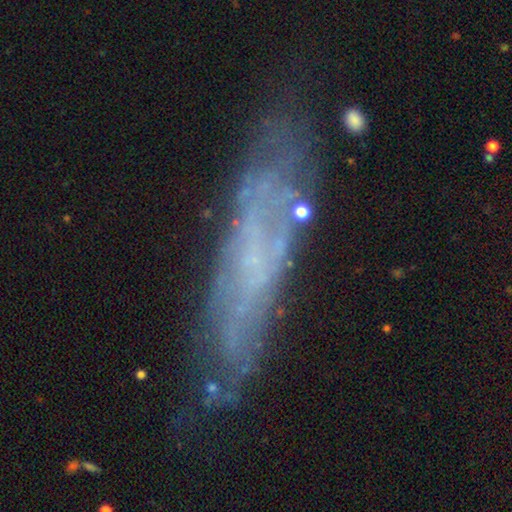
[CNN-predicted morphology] Smooth or featured? Predicted: featured or disk (p=0.61). Edge-on disk? Predicted: no (p=0.56). Merging? Predicted: none (p=0.72).